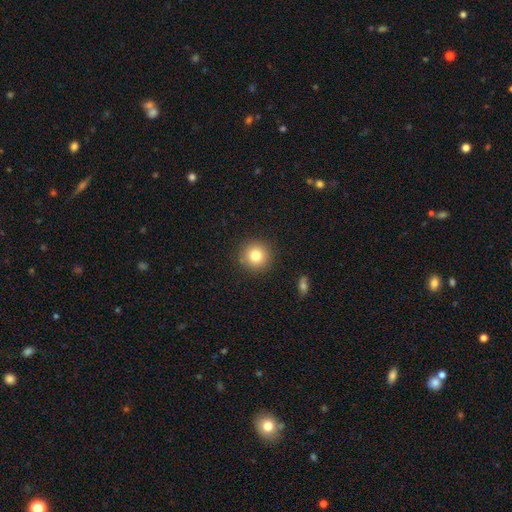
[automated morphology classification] Overall: smooth (79%). How rounded: round (94%). Merging: none (91%).